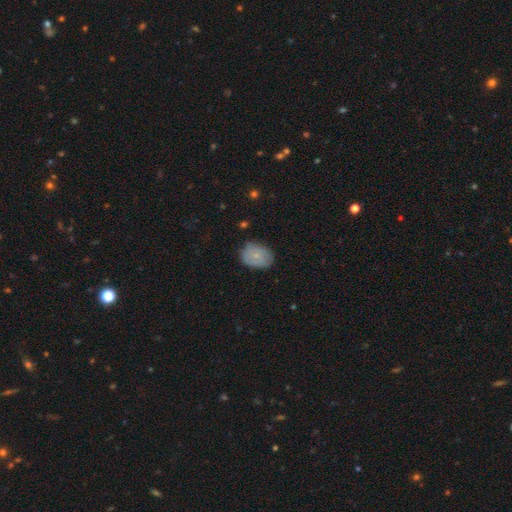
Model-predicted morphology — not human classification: smooth_or_featured: smooth (p=0.63) [alt: featured or disk p=0.30]
how_rounded: in between (p=0.69) [alt: round p=0.30]
merging: none (p=0.74) [alt: minor disturbance p=0.20]